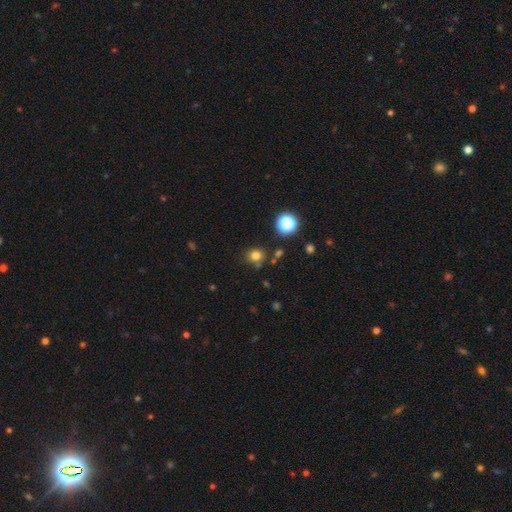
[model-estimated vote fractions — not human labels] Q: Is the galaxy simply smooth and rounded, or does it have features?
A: smooth — 77%.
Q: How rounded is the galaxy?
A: round — 81%.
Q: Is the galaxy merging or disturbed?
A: none — 78%.